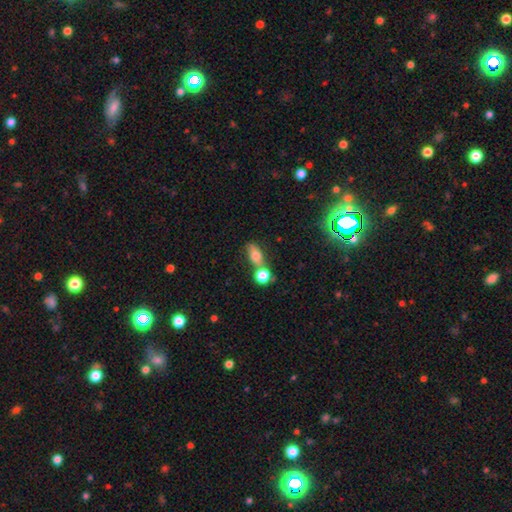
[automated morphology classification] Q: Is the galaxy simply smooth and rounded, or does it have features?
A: smooth — 66%.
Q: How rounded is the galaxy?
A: in between — 63%.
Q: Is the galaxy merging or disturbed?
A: none — 48%.